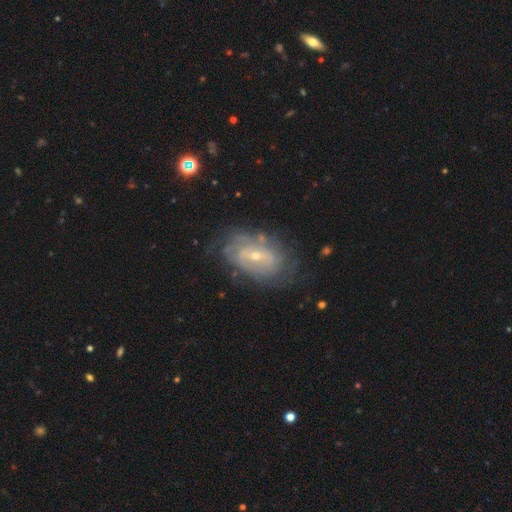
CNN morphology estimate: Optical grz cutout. It shows a featured or disk galaxy (78%) with a weak bar (44%), tight (60%) spiral arms (78%) and a small central bulge (67%). Merging: none (66%).